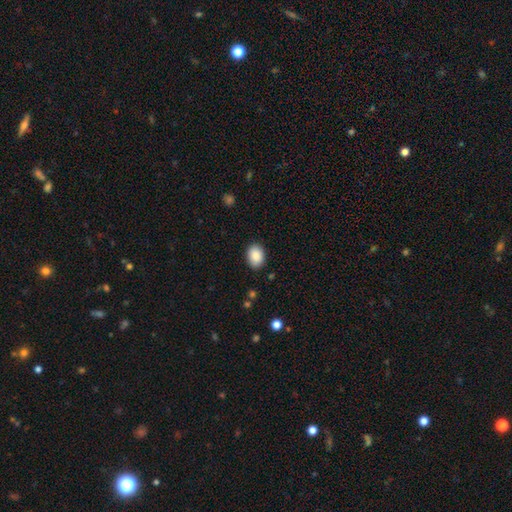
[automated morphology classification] Q: Smooth or featured?
A: smooth (89%); runner-up: star or artifact (7%)
Q: How rounded?
A: in between (73%); runner-up: round (26%)
Q: Merging?
A: none (87%); runner-up: minor disturbance (9%)